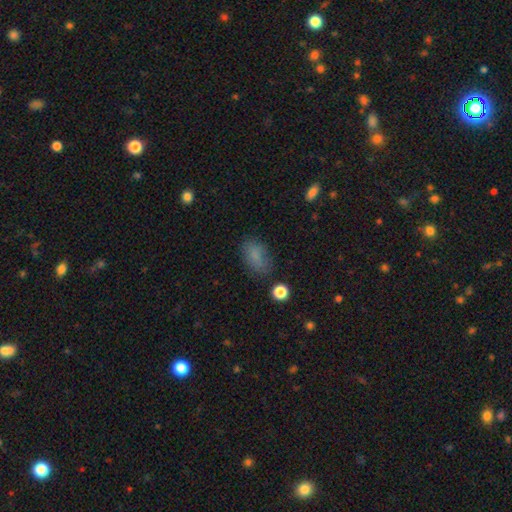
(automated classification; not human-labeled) This is likely a smooth galaxy (78%). How rounded: clearly in between (87%). Merging: likely none (69%).